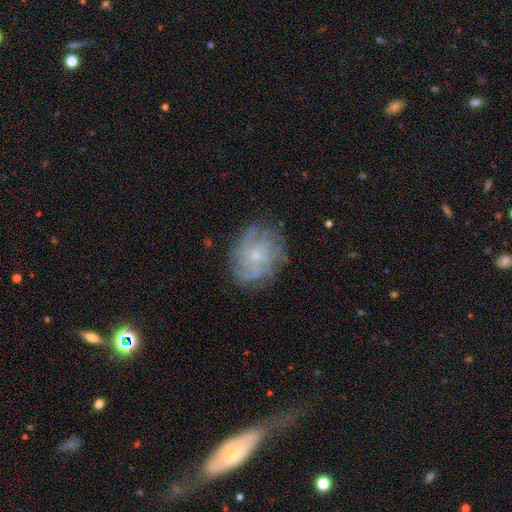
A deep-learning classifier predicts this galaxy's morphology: This is likely a featured or disk galaxy (76%). It is clearly not viewed edge-on (97%). Bar: likely no (78%). Spiral arm pattern: clearly yes (94%). Spiral arm count: marginally can't tell (32%). Spiral winding: possibly tight (58%). Central bulge: likely small (79%). Merging: likely none (79%).